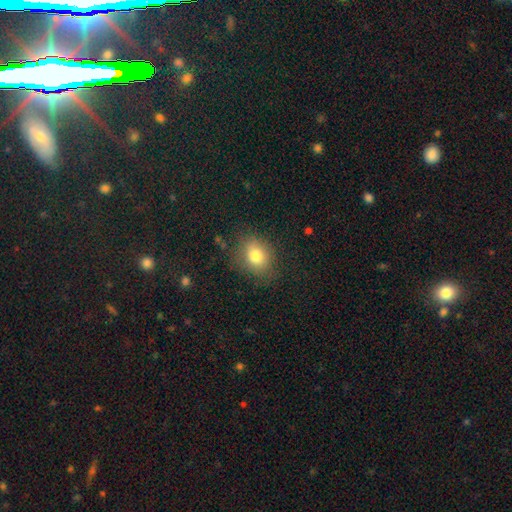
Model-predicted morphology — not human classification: Q: Smooth or featured?
A: smooth (80%); runner-up: star or artifact (11%)
Q: How rounded?
A: round (55%); runner-up: in between (43%)
Q: Merging?
A: none (79%); runner-up: minor disturbance (15%)